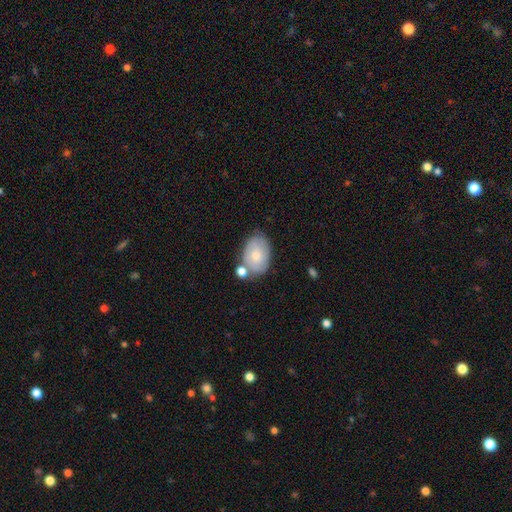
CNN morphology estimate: Smooth or featured? Predicted: smooth (p=0.53). How rounded? Predicted: in between (p=0.84). Merging? Predicted: none (p=0.57).